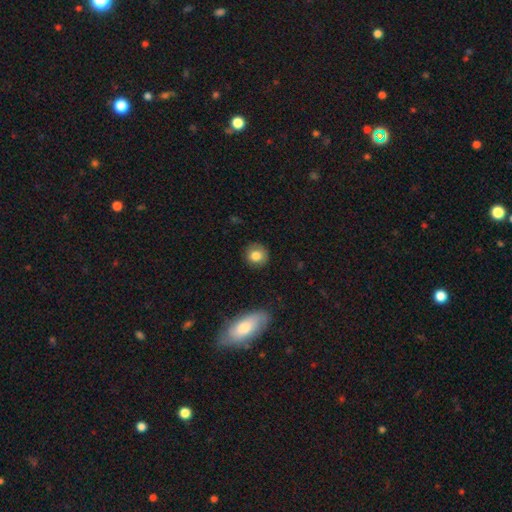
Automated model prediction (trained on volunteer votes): A smooth galaxy with no disk features (81%) that is round (87%). Merging: none (84%).